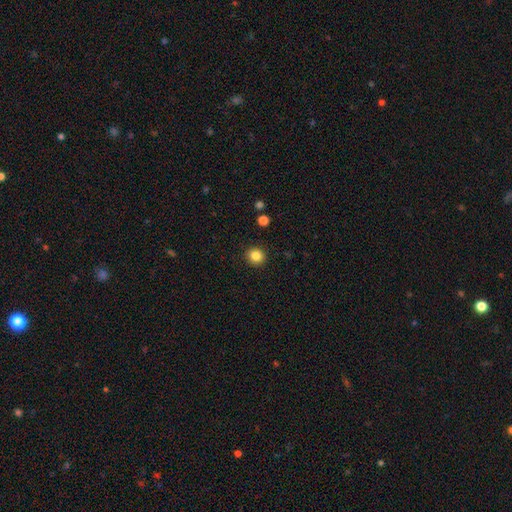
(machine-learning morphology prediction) smooth 85%, star or artifact 11%, featured or disk 5%. Down the decision tree: how rounded — round (90%); merging — none (92%).